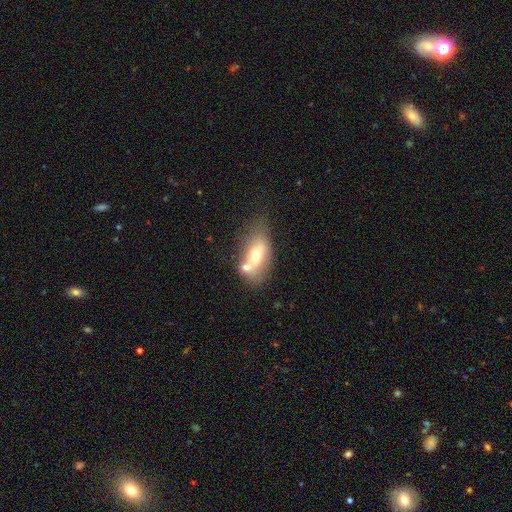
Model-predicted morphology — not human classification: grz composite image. It shows a smooth galaxy with no disk features (61%) that is in between round and cigar-shaped (83%). Merging: merger (38%).